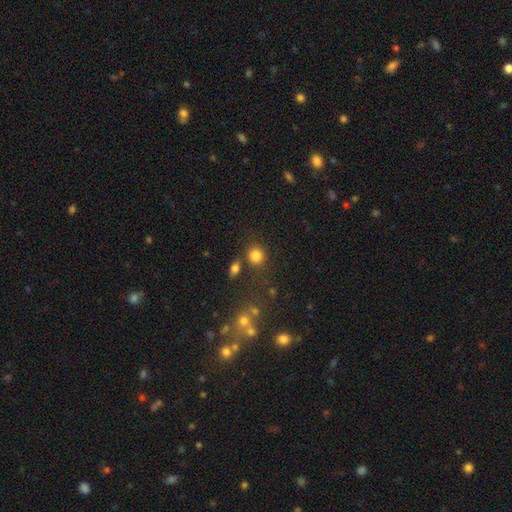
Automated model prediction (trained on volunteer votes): Smooth or featured? Predicted: smooth (p=0.82). How rounded? Predicted: round (p=0.82). Merging? Predicted: none (p=0.71).